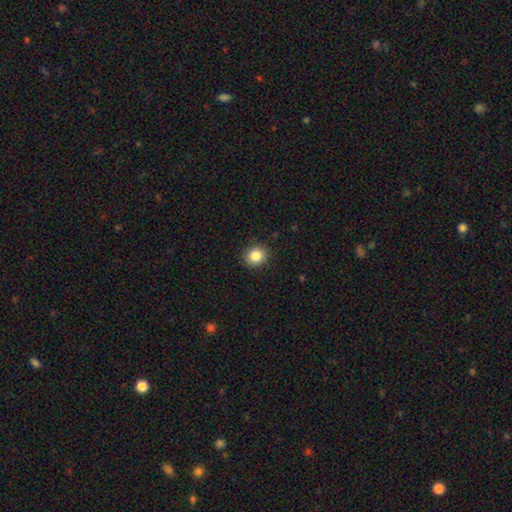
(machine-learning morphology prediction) A smooth galaxy with no disk features (85%) that is round (83%).

Vote fractions:
- Smooth or featured? smooth: 85% / star or artifact: 10% / featured or disk: 5%
- How rounded? round: 83% / in between: 17% / cigar-shaped: 1%
- Merging? none: 90% / minor disturbance: 7% / major disturbance: 2% / merger: 1%